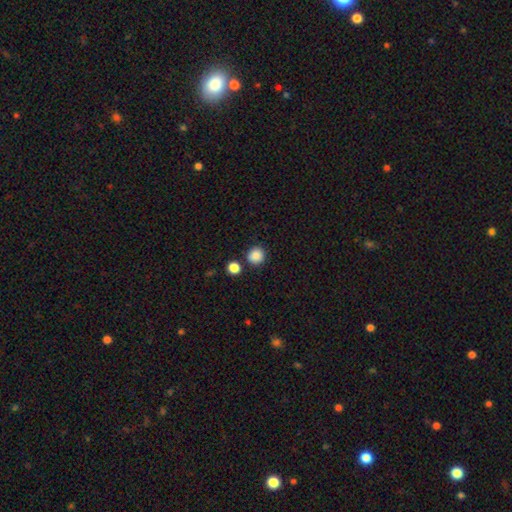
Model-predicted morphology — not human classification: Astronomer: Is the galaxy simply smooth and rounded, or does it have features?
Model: smooth — 87%.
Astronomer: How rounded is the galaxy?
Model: round — 94%.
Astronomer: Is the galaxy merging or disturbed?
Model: none — 84%.